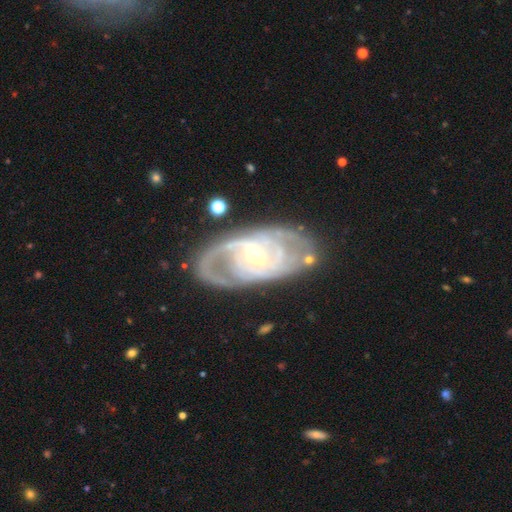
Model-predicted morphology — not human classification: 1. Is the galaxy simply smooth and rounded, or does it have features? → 88% featured or disk, 7% smooth, 5% star or artifact.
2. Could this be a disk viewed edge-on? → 95% no, 5% yes.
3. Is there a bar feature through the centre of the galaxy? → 47% no, 38% weak, 15% strong.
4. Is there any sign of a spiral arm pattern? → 93% yes, 7% no.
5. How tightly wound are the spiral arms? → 55% tight, 36% medium, 9% loose.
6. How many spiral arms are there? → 42% 2, 24% can't tell, 20% 3, 5% 4, 5% 1, 4% more than 4.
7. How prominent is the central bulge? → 48% moderate (tied), 48% small (tied), 2% large, 1% none, 1% dominant.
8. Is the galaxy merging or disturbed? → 70% none, 19% minor disturbance, 9% major disturbance, 3% merger.